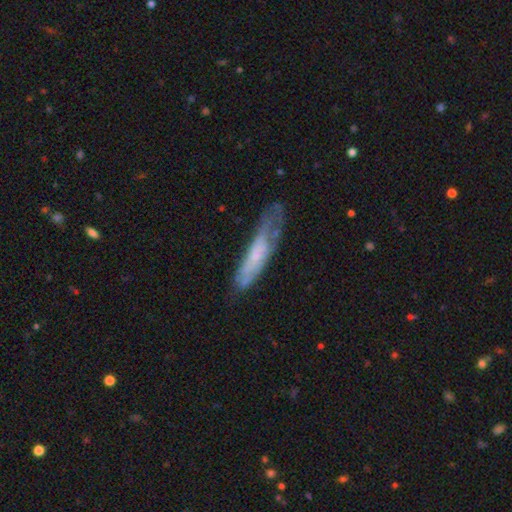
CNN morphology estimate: featured or disk 50%, smooth 43%, star or artifact 7%. Down the decision tree: edge-on disk — no (56%); merging — none (43%).